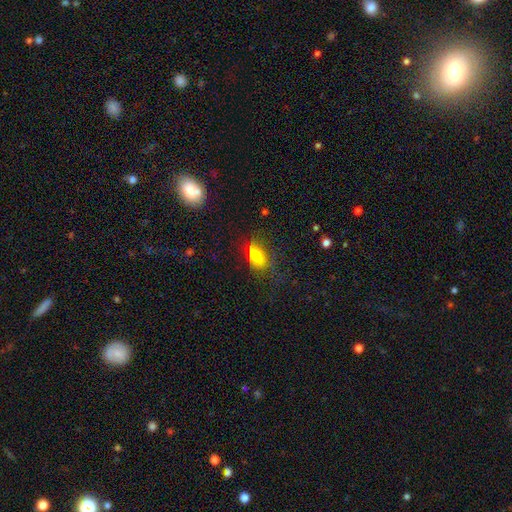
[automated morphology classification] Smooth or featured? smooth (76%)
How rounded? in between (82%)
Merging? none (55%)